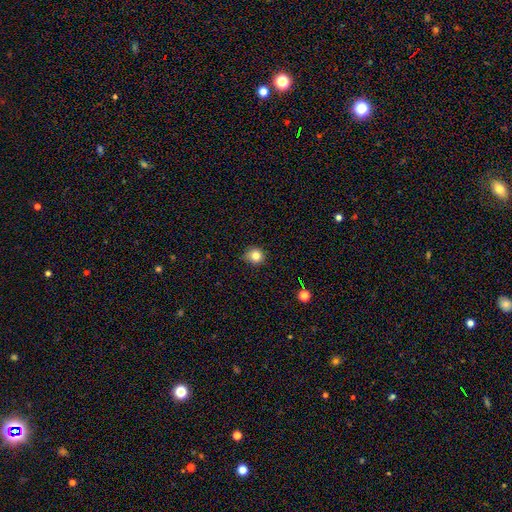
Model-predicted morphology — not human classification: Smooth or featured? Predicted: smooth (p=0.80). How rounded? Predicted: round (p=0.87). Merging? Predicted: none (p=0.79).